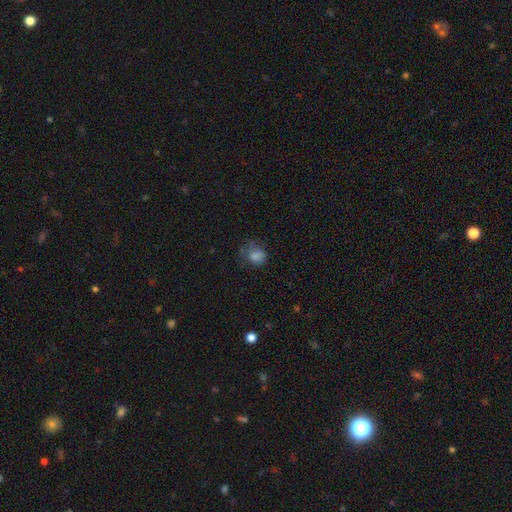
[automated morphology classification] This appears to be a smooth galaxy with no disk features (71%) that is round (68%). Merging: none (55%).